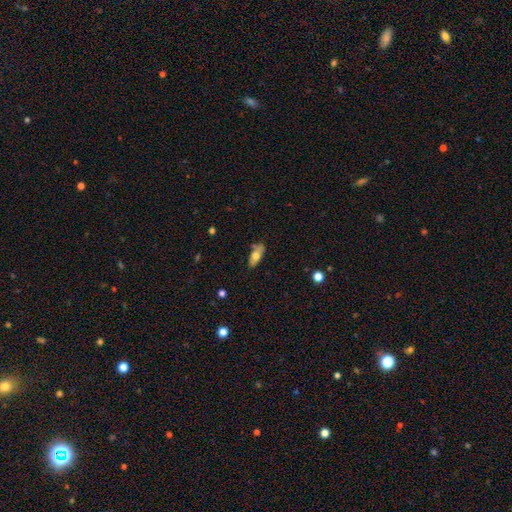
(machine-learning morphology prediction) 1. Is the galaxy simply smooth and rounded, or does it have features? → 66% smooth, 27% featured or disk, 7% star or artifact.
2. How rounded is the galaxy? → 78% in between, 19% cigar-shaped, 3% round.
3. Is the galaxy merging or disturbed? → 64% none, 23% minor disturbance, 7% merger, 6% major disturbance.